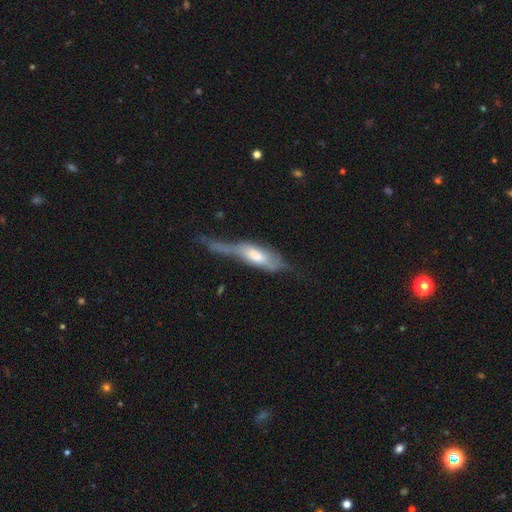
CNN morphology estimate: smooth-or-featured: smooth: 49% | featured or disk: 44% | star or artifact: 7%
  merging: major disturbance: 49% | minor disturbance: 25% | none: 17% | merger: 9%